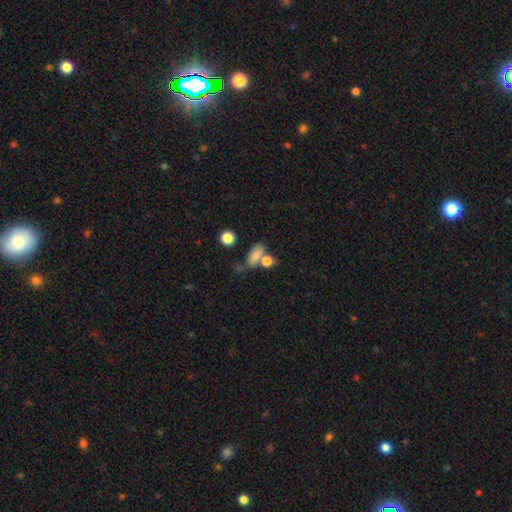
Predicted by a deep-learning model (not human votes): Smooth or featured?
  - smooth: 77% *
  - star or artifact: 12%
  - featured or disk: 11%
How rounded?
  - in between: 71% *
  - round: 17%
  - cigar-shaped: 12%
Merging?
  - none: 50% *
  - merger: 29%
  - minor disturbance: 14%
  - major disturbance: 7%